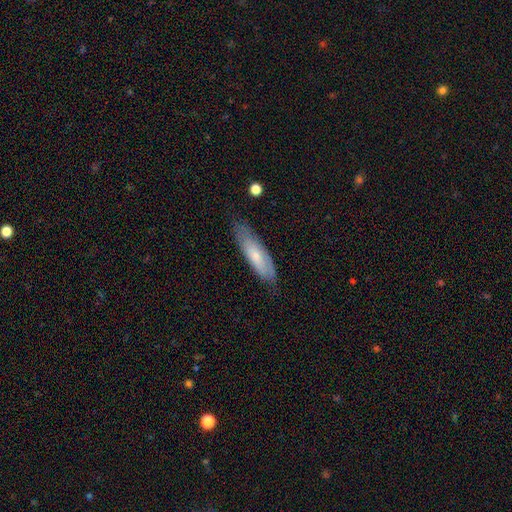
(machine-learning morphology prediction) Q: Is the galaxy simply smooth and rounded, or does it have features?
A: smooth — 55%.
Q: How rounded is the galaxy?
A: cigar-shaped — 61%.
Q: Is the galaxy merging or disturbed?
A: none — 71%.